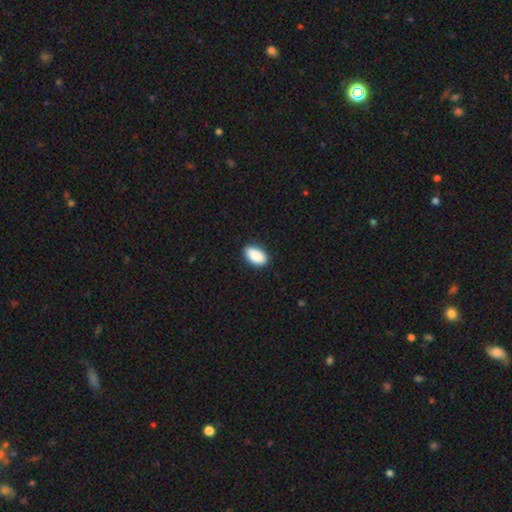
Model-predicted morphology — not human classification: smooth_or_featured: smooth (p=0.90) [alt: star or artifact p=0.06]
how_rounded: in between (p=0.94) [alt: round p=0.04]
merging: none (p=0.87) [alt: minor disturbance p=0.10]